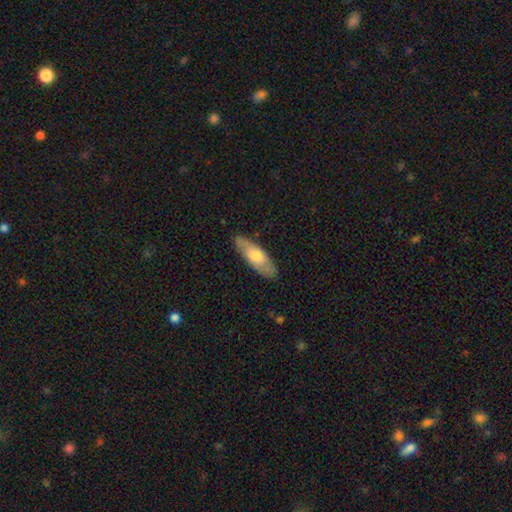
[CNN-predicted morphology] Q: Smooth or featured?
A: smooth (61%); runner-up: featured or disk (34%)
Q: How rounded?
A: in between (58%); runner-up: cigar-shaped (40%)
Q: Merging?
A: none (85%); runner-up: minor disturbance (12%)